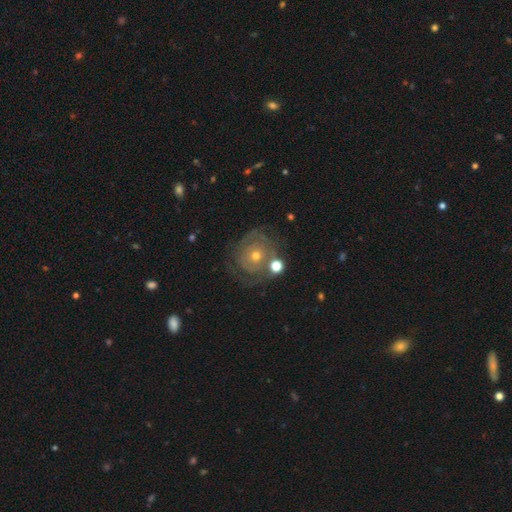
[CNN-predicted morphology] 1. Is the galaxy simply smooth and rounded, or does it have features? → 72% featured or disk, 18% smooth, 10% star or artifact.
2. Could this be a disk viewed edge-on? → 97% no, 3% yes.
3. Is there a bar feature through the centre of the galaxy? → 84% no, 13% weak, 3% strong.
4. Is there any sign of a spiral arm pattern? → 83% yes, 17% no.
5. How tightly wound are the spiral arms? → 73% tight, 20% medium, 7% loose.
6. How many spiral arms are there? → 41% can't tell, 29% 2, 13% 3, 7% 1, 5% 4, 5% more than 4.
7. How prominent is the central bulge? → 49% small, 47% moderate, 2% large, 1% none, 1% dominant.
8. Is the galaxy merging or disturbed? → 68% none, 16% minor disturbance, 10% major disturbance, 6% merger.